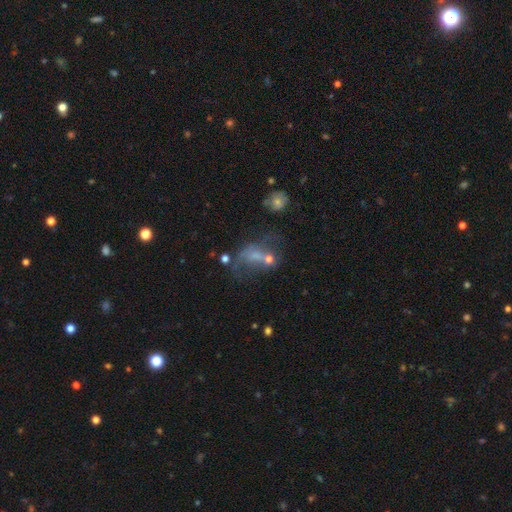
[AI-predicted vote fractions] This appears to be a featured or disk galaxy (44%). Merging: major disturbance (32%).